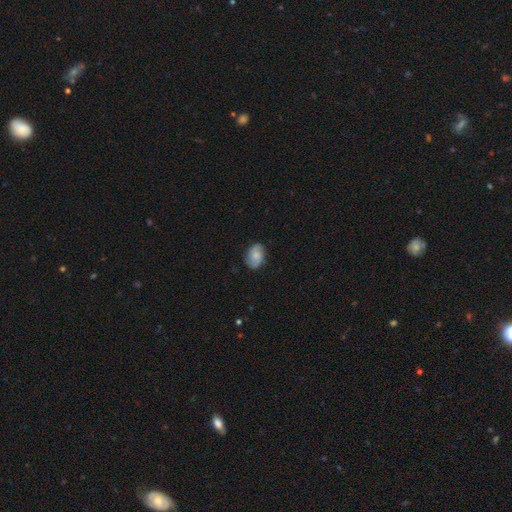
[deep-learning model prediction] Q: Smooth or featured?
A: smooth (54%); runner-up: featured or disk (38%)
Q: How rounded?
A: in between (79%); runner-up: round (20%)
Q: Merging?
A: none (80%); runner-up: minor disturbance (16%)